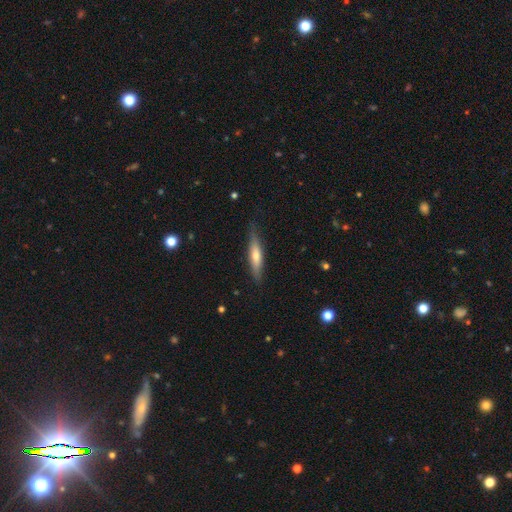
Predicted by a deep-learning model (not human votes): Smooth or featured: smooth — 51% (featured or disk — 43%)
How rounded: cigar-shaped — 82% (in between — 16%)
Merging: none — 80% (minor disturbance — 16%)